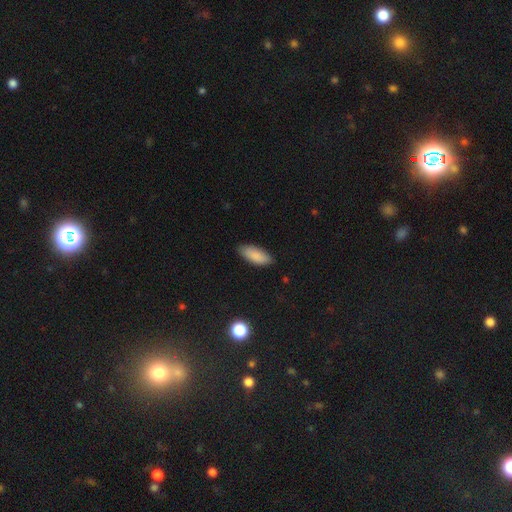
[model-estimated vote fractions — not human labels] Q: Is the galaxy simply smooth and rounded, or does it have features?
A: smooth — 87%.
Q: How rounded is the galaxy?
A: in between — 78%.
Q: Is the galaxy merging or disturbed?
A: none — 85%.